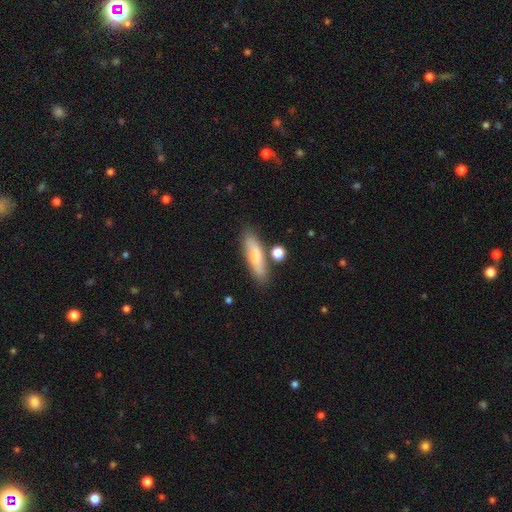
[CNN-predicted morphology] This is likely a smooth galaxy (74%). How rounded: possibly cigar-shaped (58%). Merging: likely none (74%).